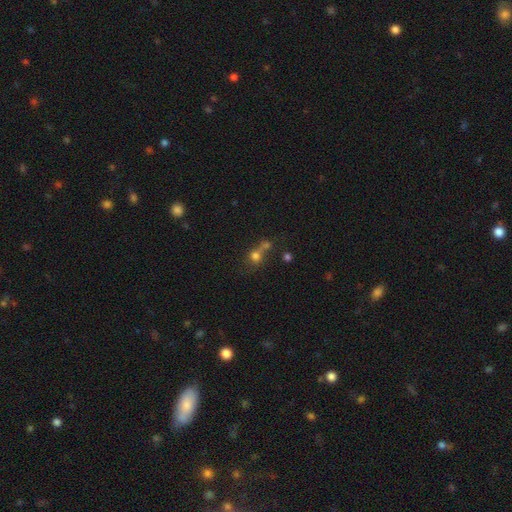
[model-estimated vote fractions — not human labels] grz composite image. It shows a smooth galaxy with no disk features (59%) that is round (83%). Merging: none (43%, tied with merger).